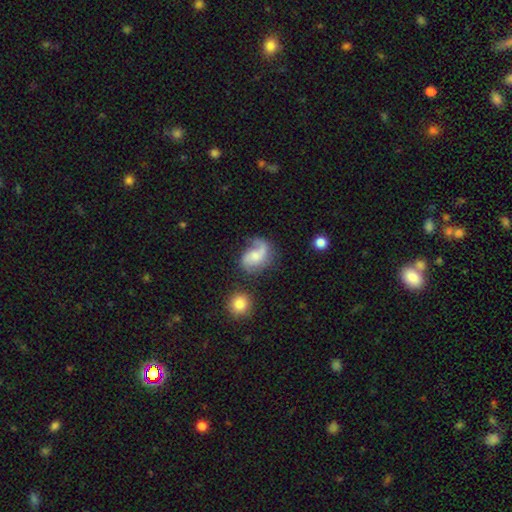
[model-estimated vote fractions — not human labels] Q: Smooth or featured?
A: featured or disk (67%); runner-up: smooth (25%)
Q: Edge-on disk?
A: no (98%); runner-up: yes (2%)
Q: Bar?
A: no (58%); runner-up: weak (34%)
Q: Spiral arms?
A: yes (91%); runner-up: no (9%)
Q: Spiral winding?
A: loose (54%); runner-up: medium (35%)
Q: Spiral arm count?
A: 2 (50%); runner-up: 1 (42%)
Q: Bulge size?
A: small (44%); runner-up: moderate (33%)
Q: Merging?
A: none (44%); runner-up: major disturbance (26%)